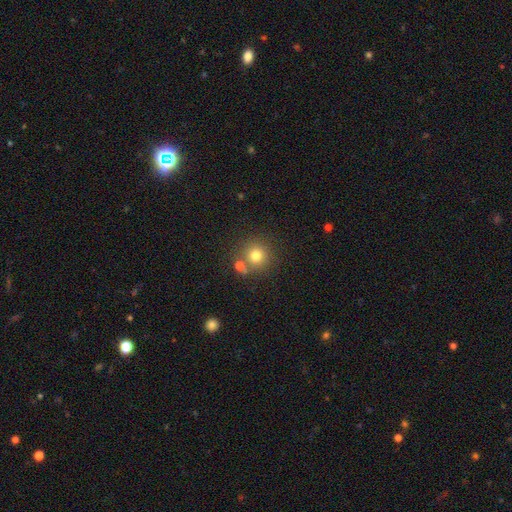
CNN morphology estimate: Q: Smooth or featured?
A: smooth (77%); runner-up: star or artifact (14%)
Q: How rounded?
A: round (93%); runner-up: in between (6%)
Q: Merging?
A: none (72%); runner-up: merger (16%)